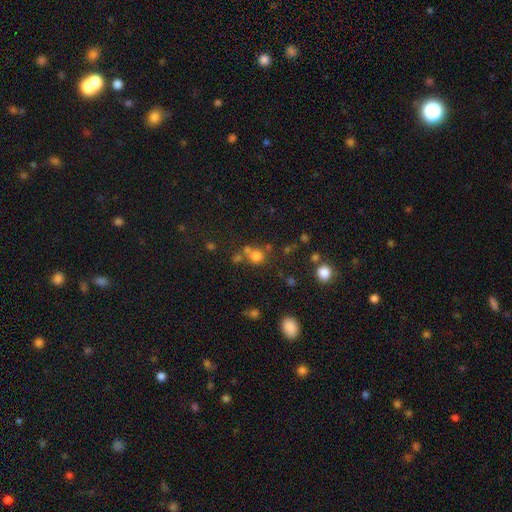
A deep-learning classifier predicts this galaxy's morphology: A smooth galaxy with no disk features (72%) that is round (86%). Merging: none (56%).